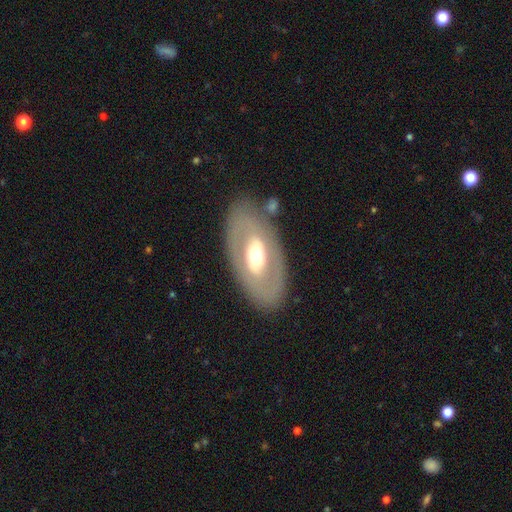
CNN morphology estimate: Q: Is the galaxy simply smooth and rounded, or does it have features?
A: featured or disk — 57%.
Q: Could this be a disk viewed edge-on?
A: no — 87%.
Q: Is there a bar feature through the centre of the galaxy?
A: no — 57%.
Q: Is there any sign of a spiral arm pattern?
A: no — 88%.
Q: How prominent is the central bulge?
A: moderate — 65%.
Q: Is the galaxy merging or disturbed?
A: none — 81%.